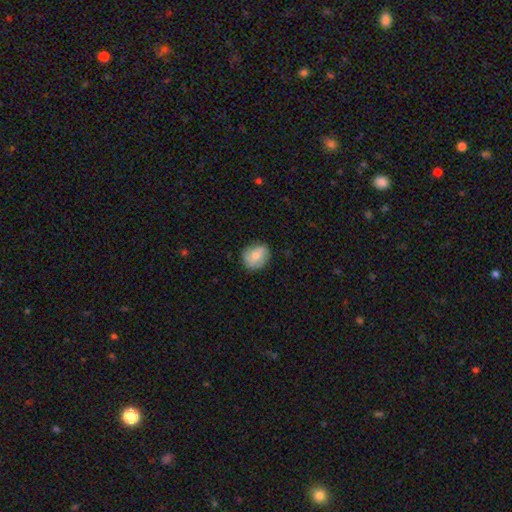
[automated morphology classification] This appears to be a smooth galaxy with no disk features (70%) that is round (63%). Merging: none (79%).